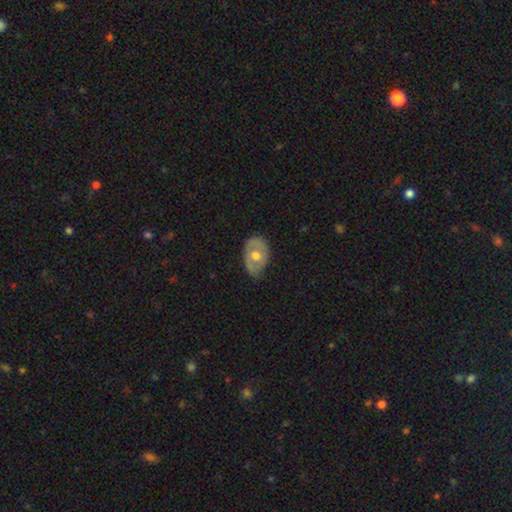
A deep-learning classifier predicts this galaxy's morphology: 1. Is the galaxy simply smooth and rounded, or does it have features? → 53% featured or disk, 42% smooth, 6% star or artifact.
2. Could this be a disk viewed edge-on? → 92% no, 8% yes.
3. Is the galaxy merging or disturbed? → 62% none, 29% minor disturbance, 8% major disturbance, 1% merger.